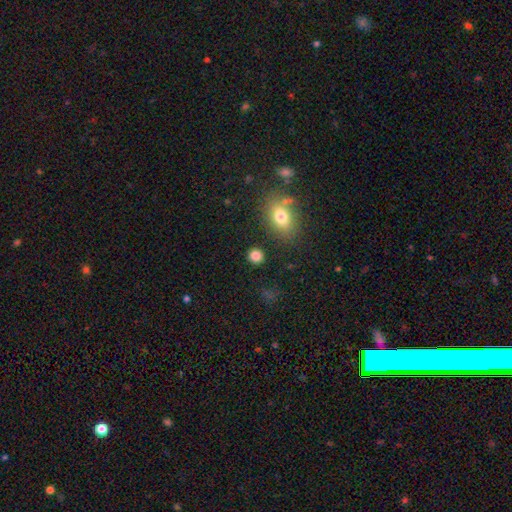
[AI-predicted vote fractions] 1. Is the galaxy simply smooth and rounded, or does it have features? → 84% smooth, 11% star or artifact, 5% featured or disk.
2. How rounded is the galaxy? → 84% round, 14% in between, 1% cigar-shaped.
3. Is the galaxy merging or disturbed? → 87% none, 7% minor disturbance, 3% merger, 3% major disturbance.